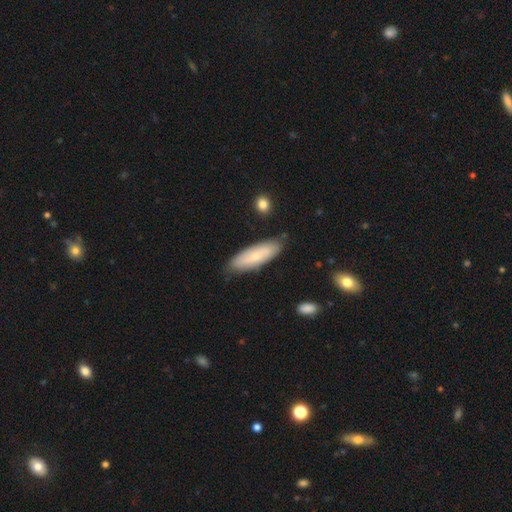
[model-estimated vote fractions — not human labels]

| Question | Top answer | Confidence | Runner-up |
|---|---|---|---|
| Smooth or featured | smooth | 63% | featured or disk (31%) |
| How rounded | in between | 57% | cigar-shaped (41%) |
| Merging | none | 80% | minor disturbance (16%) |